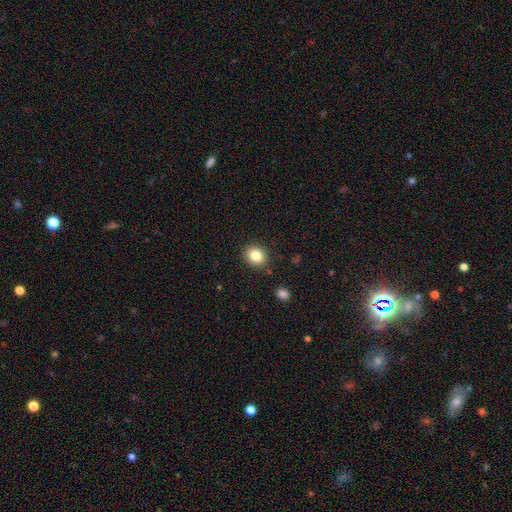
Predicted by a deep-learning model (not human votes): The model was most divided on "how rounded": round: 63%, in between: 36%, cigar-shaped: 1%. More confident: merging — none (87%); smooth or featured — smooth (84%).